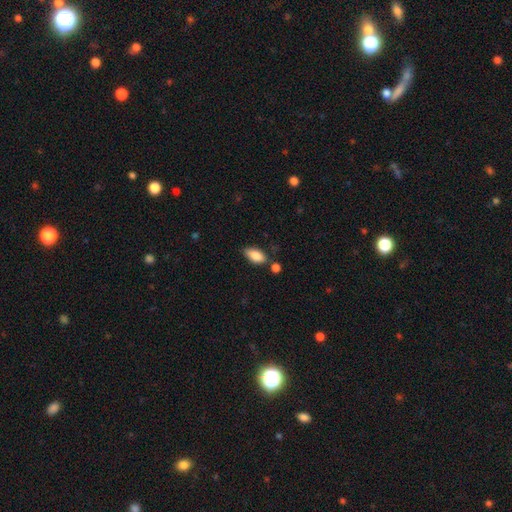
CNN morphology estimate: A smooth galaxy with no disk features (84%) that is in between round and cigar-shaped (91%). Merging: none (69%).